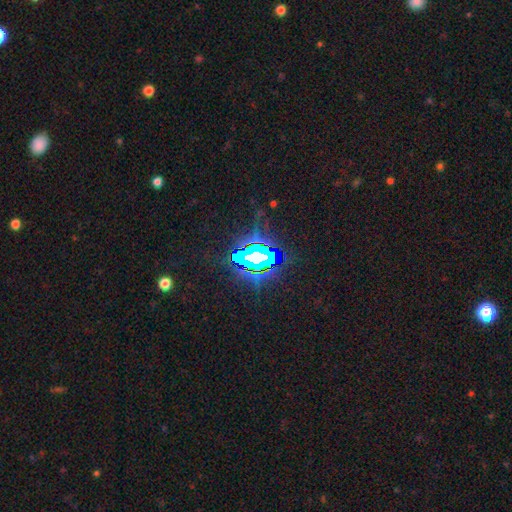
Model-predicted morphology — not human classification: Smooth or featured?
  - star or artifact: 74% *
  - featured or disk: 14%
  - smooth: 12%